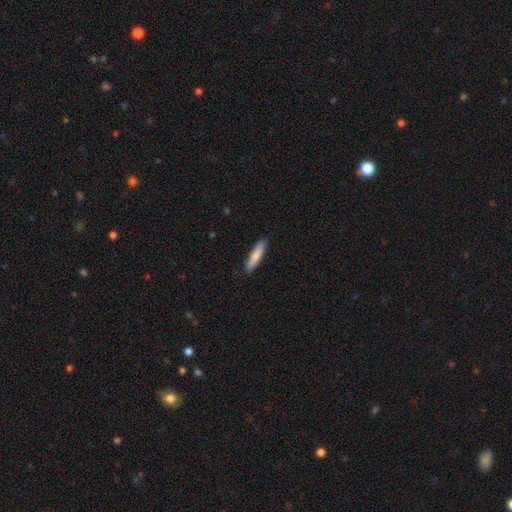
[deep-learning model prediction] Overall: smooth (80%). How rounded: cigar-shaped (87%). Merging: none (90%).